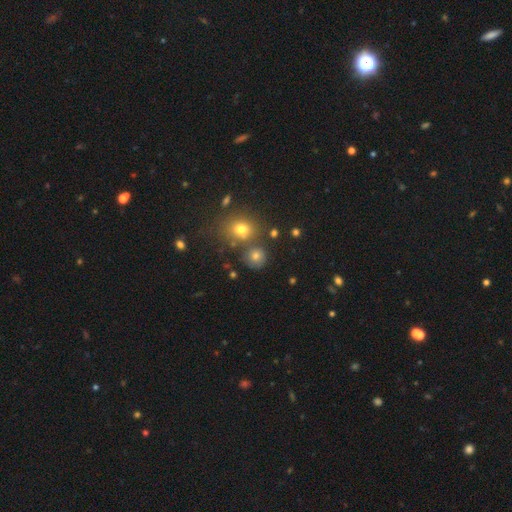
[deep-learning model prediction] Smooth or featured? smooth (71%)
How rounded? round (87%)
Merging? none (74%)